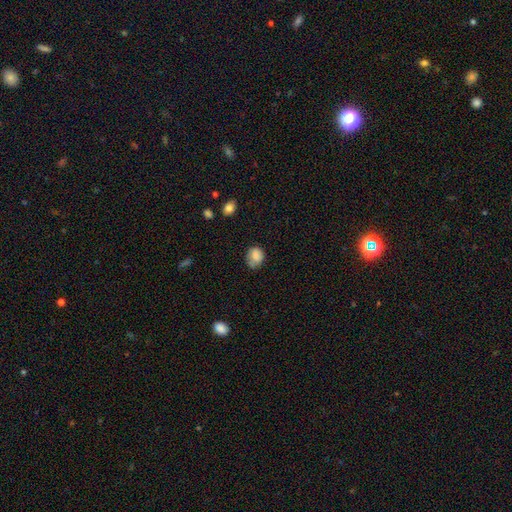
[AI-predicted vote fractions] Overall: smooth (81%). How rounded: round (55%; in between 44%). Merging: none (57%; minor disturbance 30%).